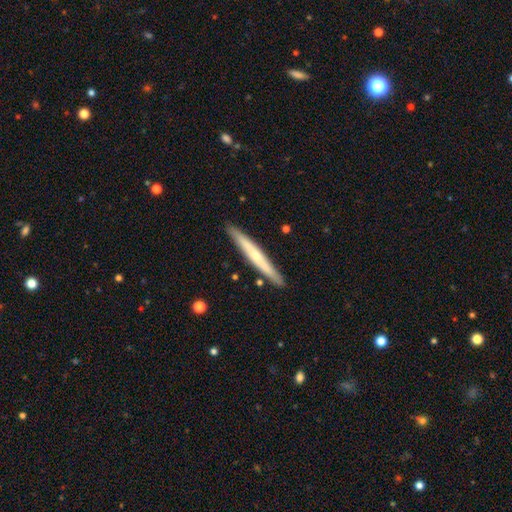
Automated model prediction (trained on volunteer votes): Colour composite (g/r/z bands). It shows a featured or disk galaxy (51%) viewed edge-on (95%). Merging: none (90%).